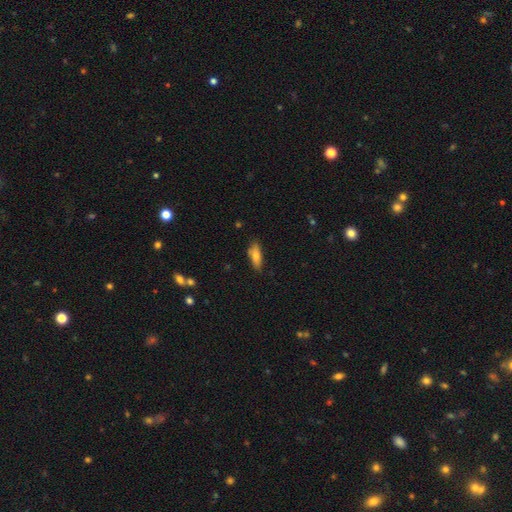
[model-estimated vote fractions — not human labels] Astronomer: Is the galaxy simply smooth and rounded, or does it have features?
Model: smooth — 69%.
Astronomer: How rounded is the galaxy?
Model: in between — 58% (runner-up: cigar-shaped, 39%).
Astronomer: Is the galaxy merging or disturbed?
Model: none — 79%.